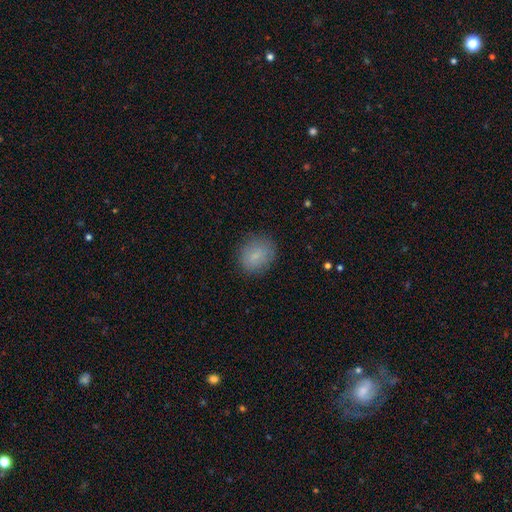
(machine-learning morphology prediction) A smooth galaxy with no disk features (82%) that is round (64%). Merging: none (84%).